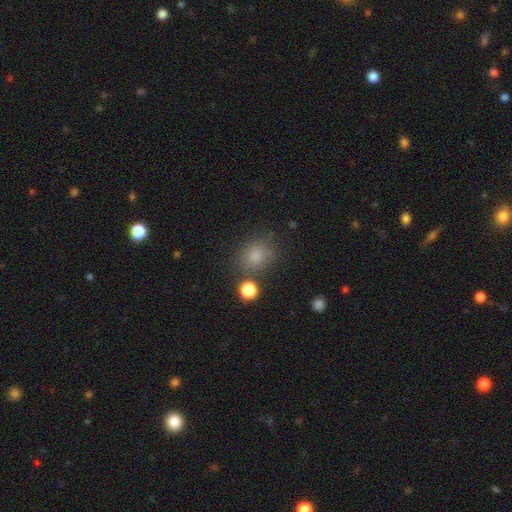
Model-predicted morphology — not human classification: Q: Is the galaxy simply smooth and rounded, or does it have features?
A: smooth — 79%.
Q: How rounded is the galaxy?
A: round — 62%.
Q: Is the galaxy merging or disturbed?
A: none — 73%.